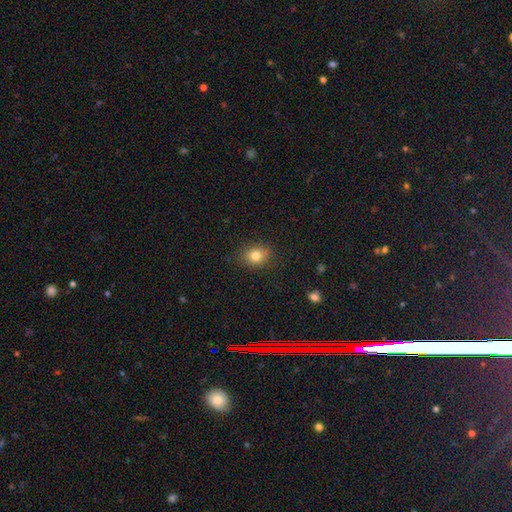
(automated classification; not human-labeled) The model was most divided on "how rounded": round: 51%, in between: 48%, cigar-shaped: 1%. More confident: merging — none (86%); smooth or featured — smooth (80%).